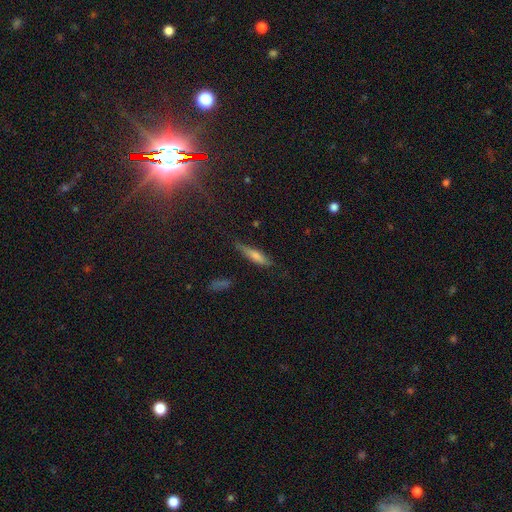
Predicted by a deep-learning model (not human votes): Smooth or featured? Predicted: smooth (p=0.62). How rounded? Predicted: cigar-shaped (p=0.79). Merging? Predicted: none (p=0.72).